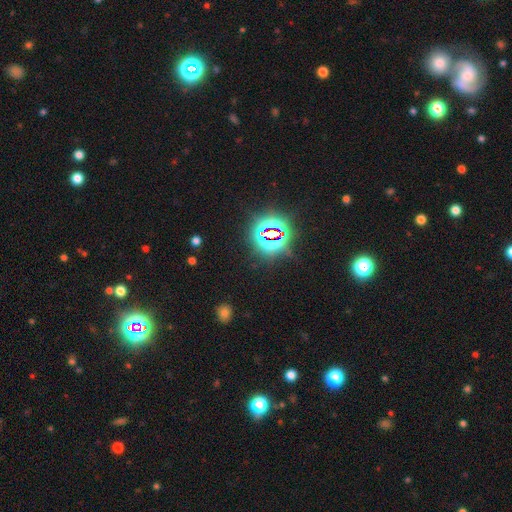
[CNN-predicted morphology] This is clearly a star or artifact rather than a galaxy (80%).